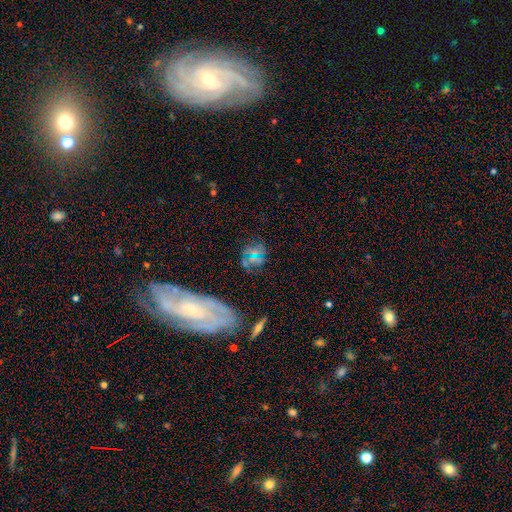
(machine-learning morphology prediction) This is possibly a featured or disk galaxy (47%). Merging: likely none (67%).